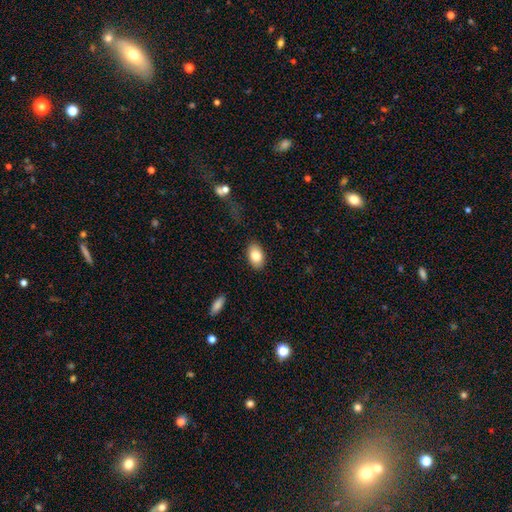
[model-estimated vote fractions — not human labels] Morphology: type=smooth (82%); roundness=in between (91%); merging=none (87%).